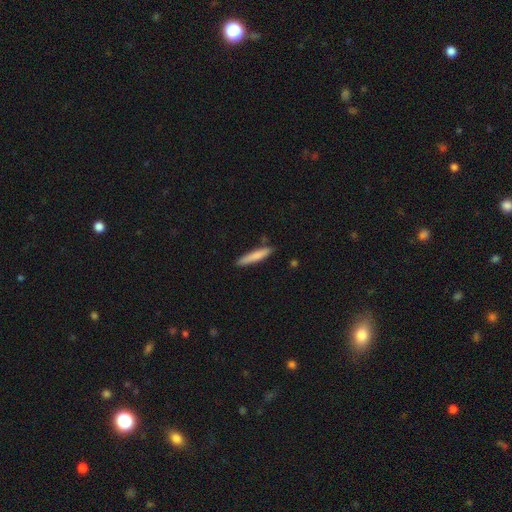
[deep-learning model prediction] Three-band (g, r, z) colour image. It shows a smooth galaxy with no disk features (79%) that is cigar-shaped (90%). Merging: none (84%).